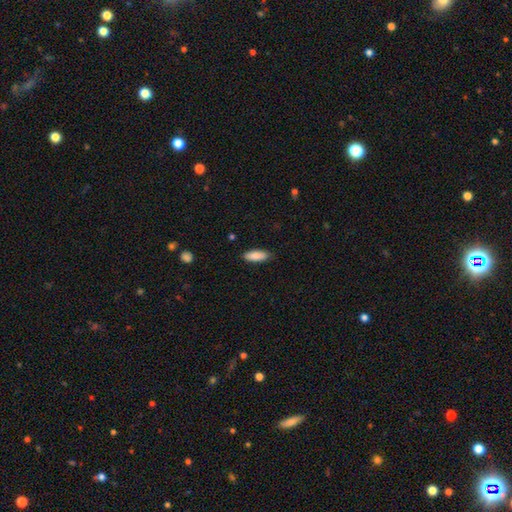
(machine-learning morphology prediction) type=smooth (86%); roundness=in between (71%); merging=none (86%).